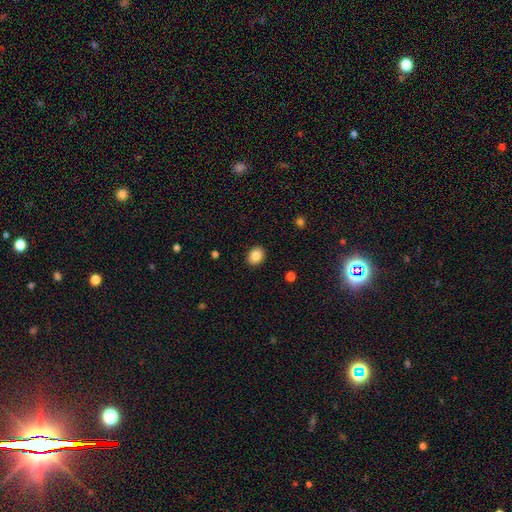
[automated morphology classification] smooth 85%, star or artifact 9%, featured or disk 6%. Down the decision tree: how rounded — round (53%); merging — none (91%).